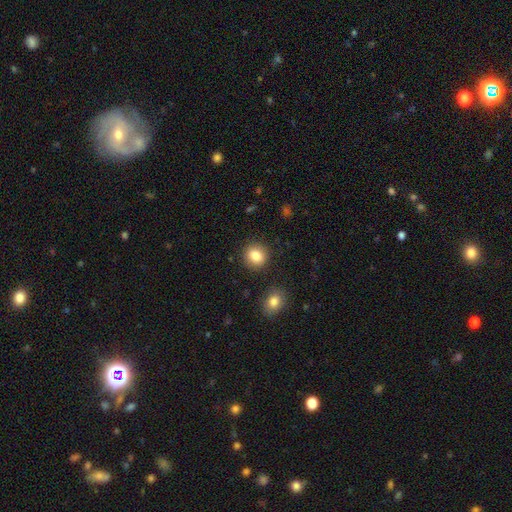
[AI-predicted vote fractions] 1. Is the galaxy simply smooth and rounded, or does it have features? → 84% smooth, 9% star or artifact, 7% featured or disk.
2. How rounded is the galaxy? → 84% round, 15% in between, 1% cigar-shaped.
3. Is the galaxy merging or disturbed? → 88% none, 7% minor disturbance, 2% merger, 2% major disturbance.